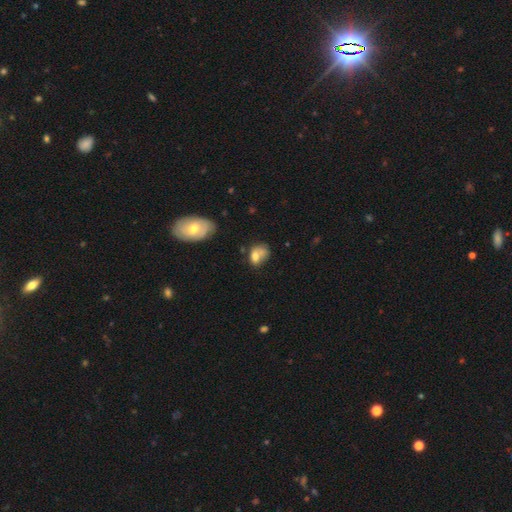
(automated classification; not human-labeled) smooth-or-featured: smooth: 67% | featured or disk: 23% | star or artifact: 10%
  how-rounded: in between: 65% | round: 34% | cigar-shaped: 1%
  merging: none: 32% | minor disturbance: 26% | merger: 23% | major disturbance: 19%